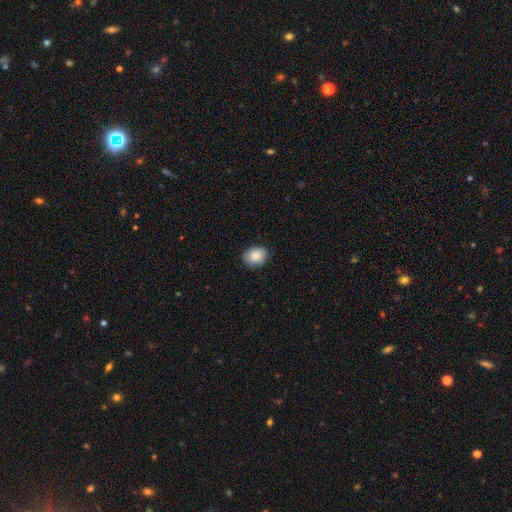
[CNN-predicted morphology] This is clearly a smooth galaxy (86%). How rounded: possibly in between (59%). Merging: clearly none (83%).